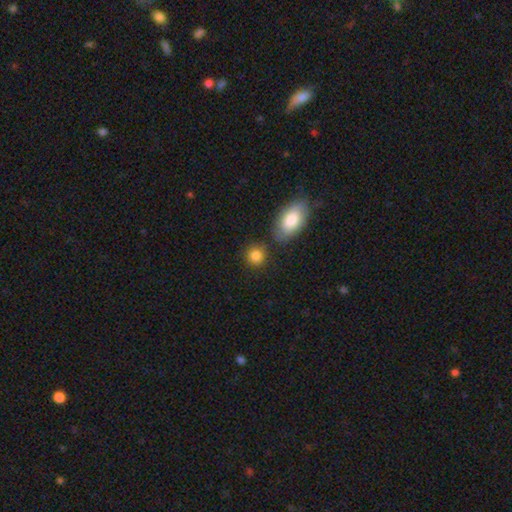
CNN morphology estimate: The model was most divided on "how rounded": round: 80%, in between: 19%, cigar-shaped: 2%. More confident: smooth or featured — smooth (85%); merging — none (75%).